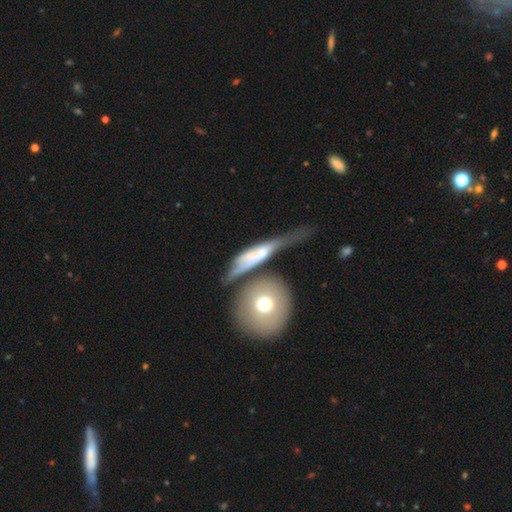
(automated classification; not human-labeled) smooth-or-featured: featured or disk: 52% | smooth: 41% | star or artifact: 7%
  disk-edge-on: yes: 60% | no: 40%
  merging: none: 31% | minor disturbance: 24% | major disturbance: 24% | merger: 20%